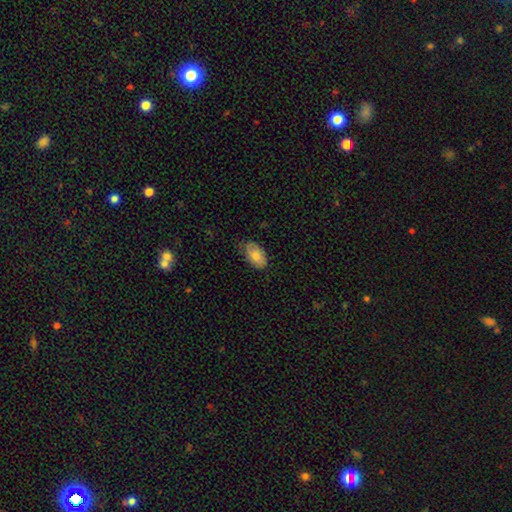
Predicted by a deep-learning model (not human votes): smooth-or-featured: smooth: 76% | featured or disk: 17% | star or artifact: 7%
  how-rounded: in between: 93% | round: 5% | cigar-shaped: 2%
  merging: none: 70% | minor disturbance: 25% | major disturbance: 4% | merger: 1%